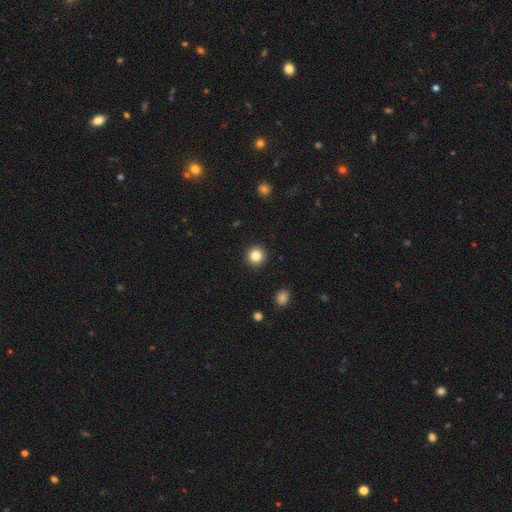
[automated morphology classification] smooth-or-featured: smooth: 83% | star or artifact: 11% | featured or disk: 6%
  how-rounded: round: 95% | in between: 4% | cigar-shaped: 1%
  merging: none: 93% | minor disturbance: 5% | major disturbance: 2% | merger: 1%